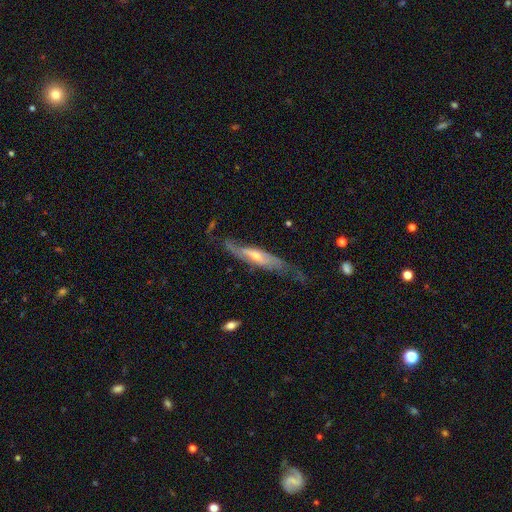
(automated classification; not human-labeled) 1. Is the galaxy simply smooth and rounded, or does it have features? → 74% featured or disk, 21% smooth, 6% star or artifact.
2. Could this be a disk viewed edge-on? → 51% yes, 49% no.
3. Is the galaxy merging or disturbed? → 56% none, 27% minor disturbance, 15% major disturbance, 2% merger.